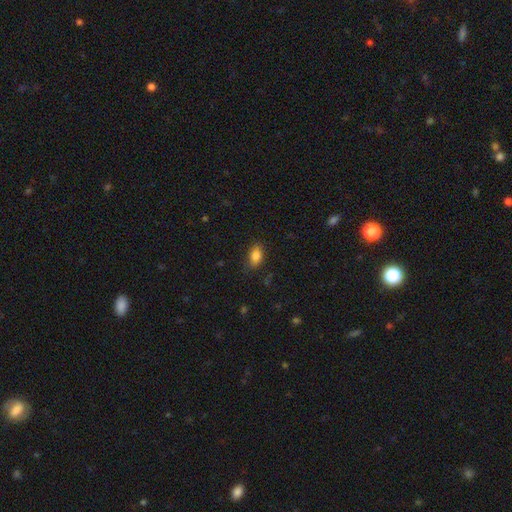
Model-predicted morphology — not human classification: This is clearly a smooth galaxy (85%). How rounded: clearly in between (88%). Merging: likely none (77%).